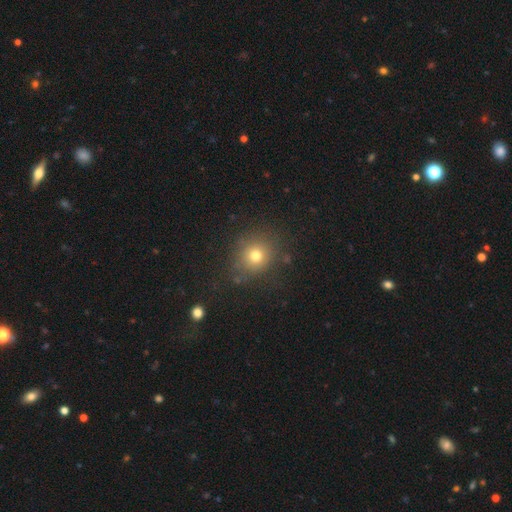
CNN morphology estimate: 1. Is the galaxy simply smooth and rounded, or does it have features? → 74% smooth, 16% star or artifact, 10% featured or disk.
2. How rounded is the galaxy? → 84% round, 15% in between, 1% cigar-shaped.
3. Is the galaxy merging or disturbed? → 82% none, 11% minor disturbance, 5% major disturbance, 2% merger.